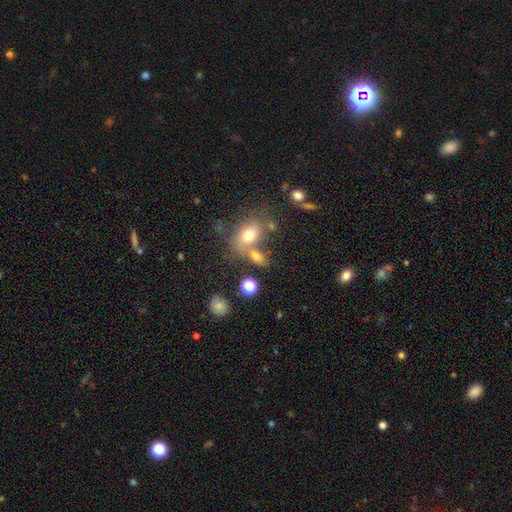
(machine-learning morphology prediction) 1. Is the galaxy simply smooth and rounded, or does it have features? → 70% smooth, 15% star or artifact, 14% featured or disk.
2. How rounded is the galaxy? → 75% in between, 20% round, 5% cigar-shaped.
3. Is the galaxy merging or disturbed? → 46% none, 35% merger, 12% minor disturbance, 7% major disturbance.